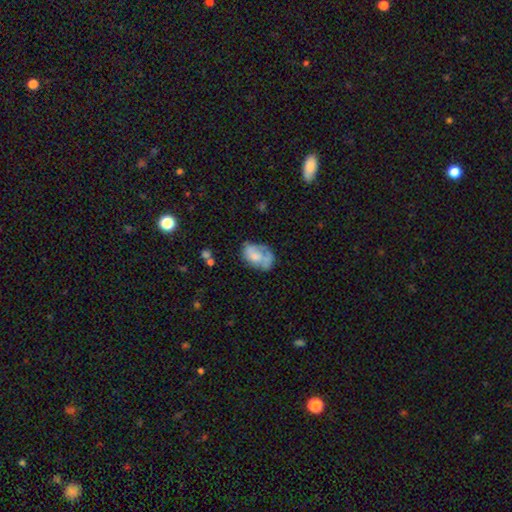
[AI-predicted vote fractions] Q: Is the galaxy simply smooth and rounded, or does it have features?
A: smooth — 53%.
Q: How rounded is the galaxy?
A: in between — 83%.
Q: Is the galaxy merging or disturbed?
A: none — 36%.